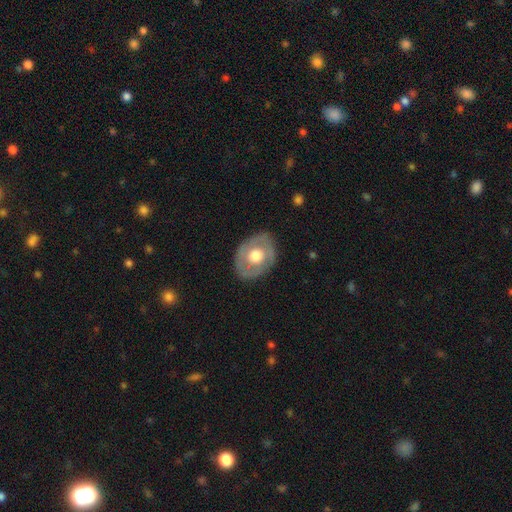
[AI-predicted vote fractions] Overall: featured or disk (53%; smooth 42%). Edge-on disk: no (93%). Merging: none (79%).